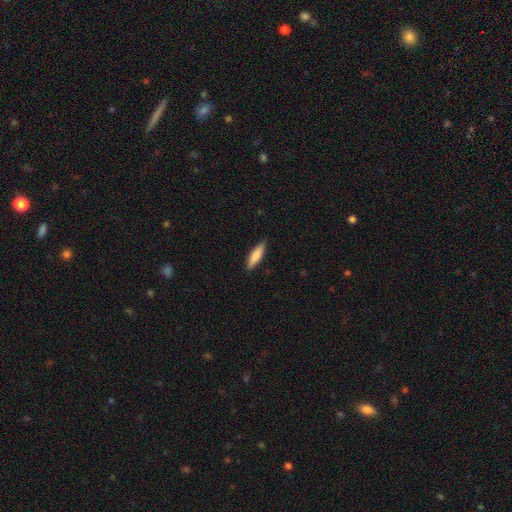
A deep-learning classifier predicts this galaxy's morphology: Smooth or featured? smooth (80%)
How rounded? cigar-shaped (66%)
Merging? none (87%)